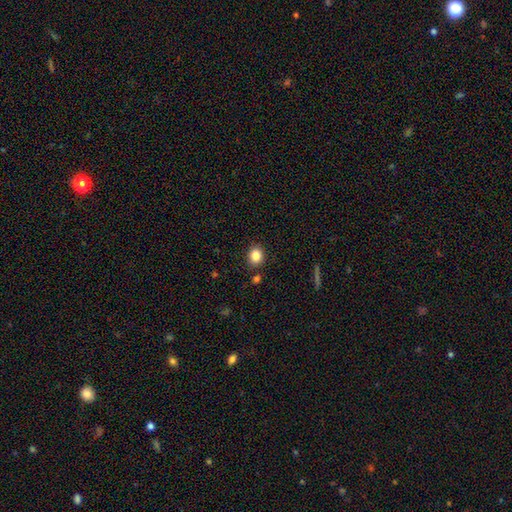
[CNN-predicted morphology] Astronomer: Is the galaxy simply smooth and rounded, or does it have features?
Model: smooth — 84%.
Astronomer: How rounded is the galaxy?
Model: round — 63%.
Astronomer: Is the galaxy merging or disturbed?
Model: none — 86%.